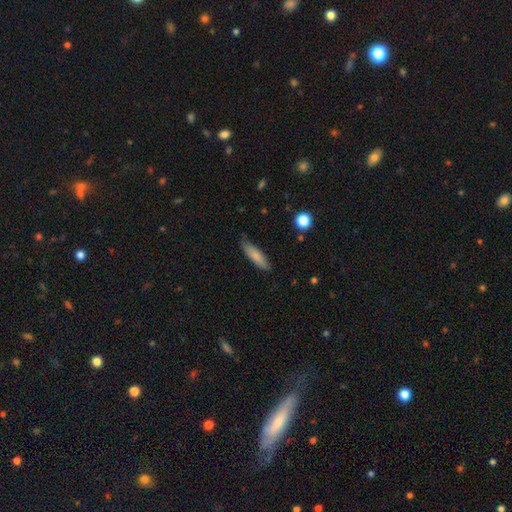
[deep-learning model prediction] This appears to be a smooth galaxy with no disk features (80%) that is cigar-shaped (64%). Merging: none (81%).